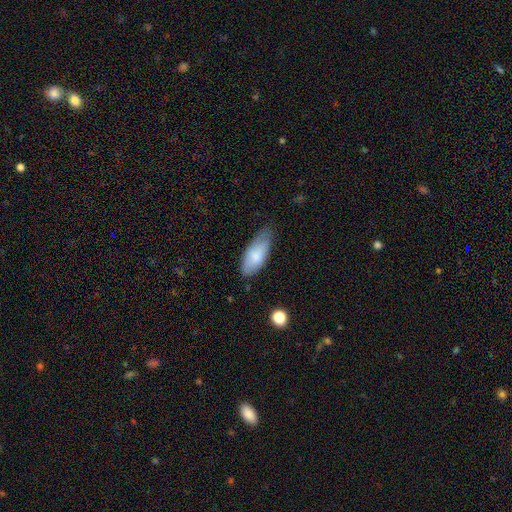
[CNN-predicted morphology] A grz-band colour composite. It shows a smooth galaxy with no disk features (80%) that is in between round and cigar-shaped (84%). Merging: none (65%).